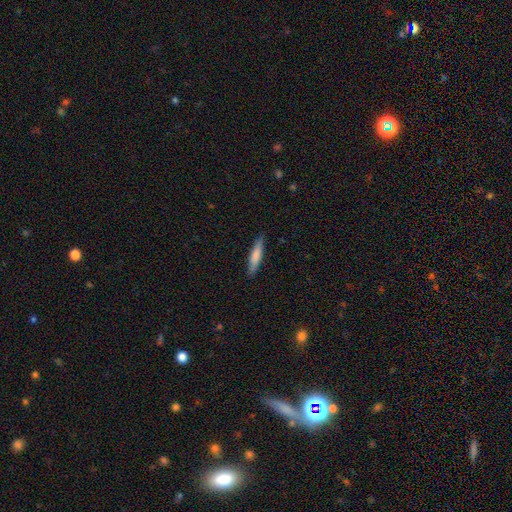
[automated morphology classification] Smooth or featured? Predicted: smooth (p=0.76). How rounded? Predicted: cigar-shaped (p=0.86). Merging? Predicted: none (p=0.88).